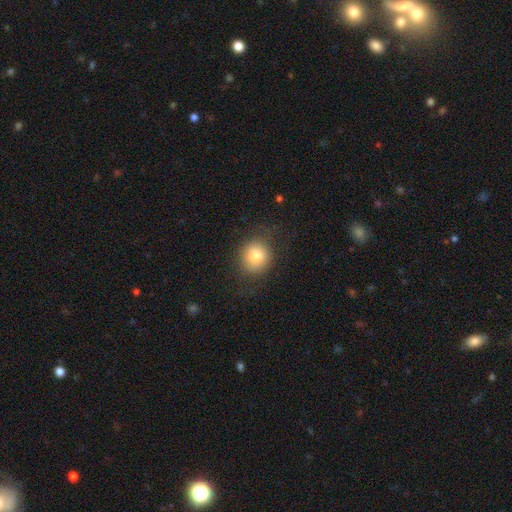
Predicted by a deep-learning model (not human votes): smooth-or-featured: smooth: 81% | featured or disk: 10% | star or artifact: 9%
  how-rounded: round: 84% | in between: 15% | cigar-shaped: 1%
  merging: none: 81% | minor disturbance: 12% | major disturbance: 5% | merger: 1%